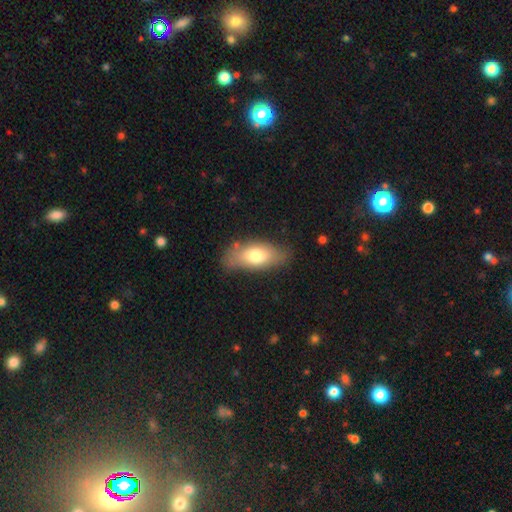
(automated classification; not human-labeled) Q: Smooth or featured?
A: smooth (72%); runner-up: featured or disk (21%)
Q: How rounded?
A: in between (86%); runner-up: cigar-shaped (11%)
Q: Merging?
A: none (73%); runner-up: minor disturbance (20%)